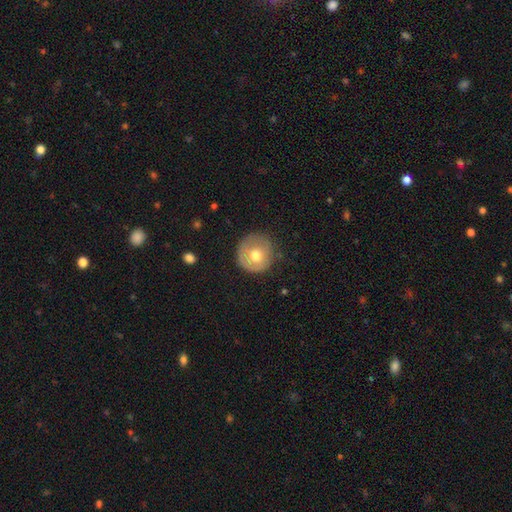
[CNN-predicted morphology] Smooth or featured? Predicted: smooth (p=0.63). How rounded? Predicted: round (p=0.93). Merging? Predicted: none (p=0.73).